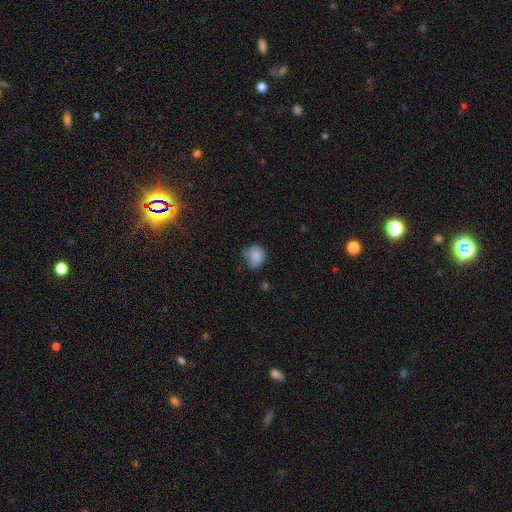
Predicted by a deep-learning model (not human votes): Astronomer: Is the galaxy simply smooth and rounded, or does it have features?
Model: smooth — 80%.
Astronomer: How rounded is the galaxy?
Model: round — 60% (runner-up: in between, 39%).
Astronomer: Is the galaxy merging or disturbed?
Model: none — 43% (runner-up: minor disturbance, 36%).